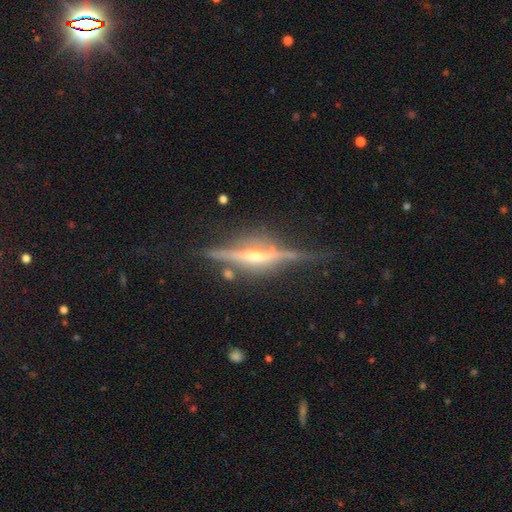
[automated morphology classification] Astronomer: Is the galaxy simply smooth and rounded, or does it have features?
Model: featured or disk — 84%.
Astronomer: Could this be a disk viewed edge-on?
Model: yes — 96%.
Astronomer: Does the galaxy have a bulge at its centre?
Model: rounded — 75%.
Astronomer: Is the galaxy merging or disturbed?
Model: none — 75%.